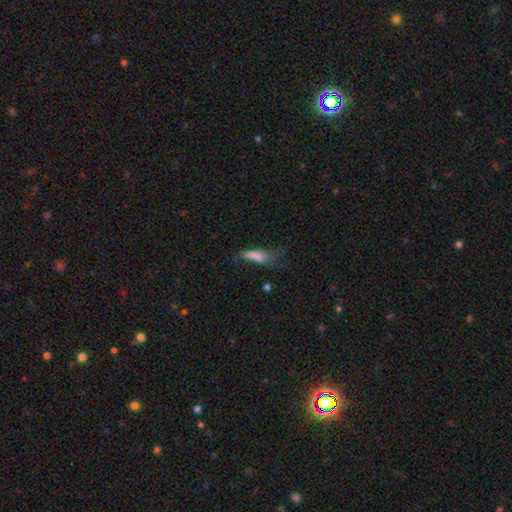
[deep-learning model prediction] Q: Smooth or featured?
A: smooth (67%); runner-up: featured or disk (23%)
Q: How rounded?
A: in between (49%); runner-up: cigar-shaped (48%)
Q: Merging?
A: major disturbance (41%); runner-up: minor disturbance (27%)